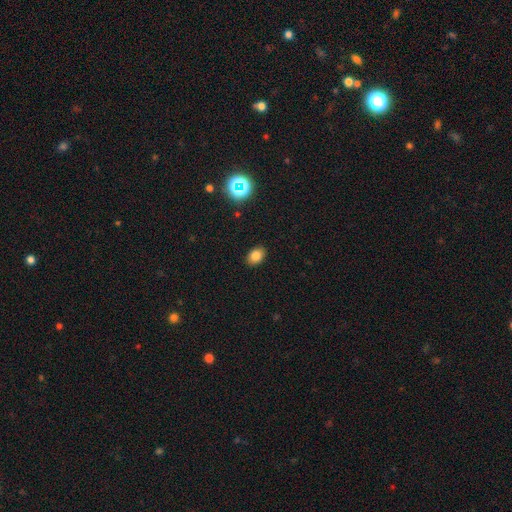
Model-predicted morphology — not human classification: smooth 81%, star or artifact 12%, featured or disk 7%. Down the decision tree: how rounded — in between (76%); merging — none (90%).